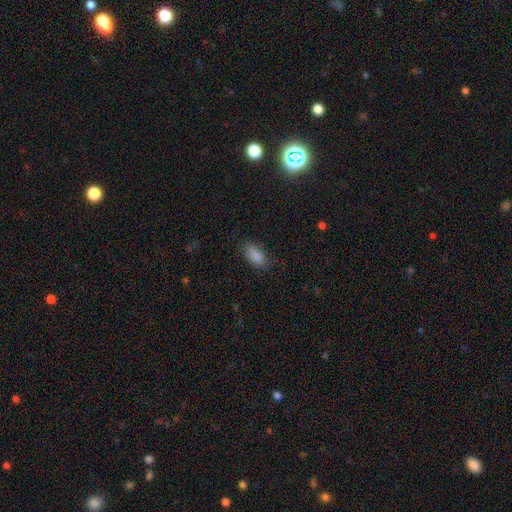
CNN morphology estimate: smooth-or-featured: smooth: 86% | star or artifact: 9% | featured or disk: 5%
  how-rounded: in between: 90% | cigar-shaped: 6% | round: 3%
  merging: none: 71% | minor disturbance: 21% | major disturbance: 7% | merger: 1%